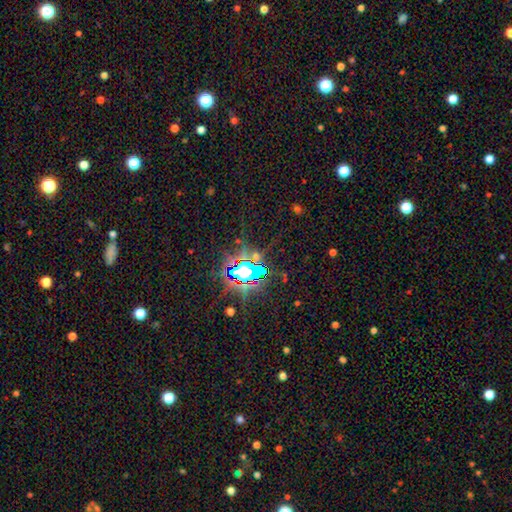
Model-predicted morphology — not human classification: Smooth or featured? star or artifact (79%)